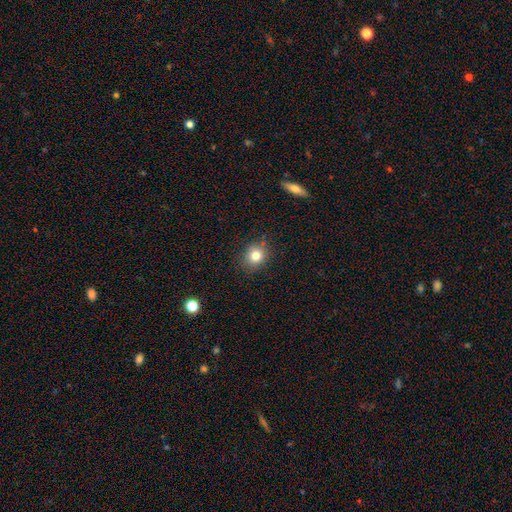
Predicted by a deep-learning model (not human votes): Overall: smooth (80%). How rounded: round (77%). Merging: none (84%).